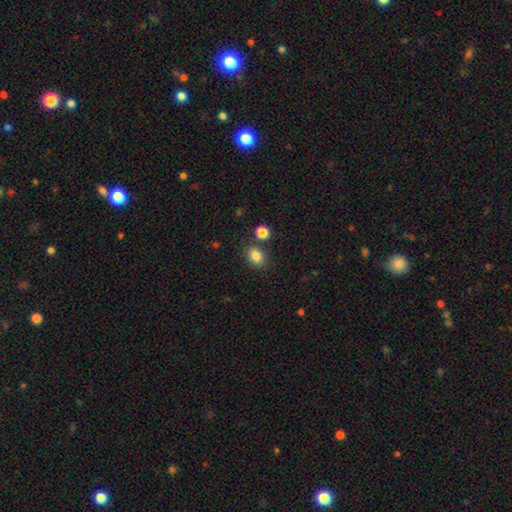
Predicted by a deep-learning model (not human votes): A smooth galaxy with no disk features (83%) that is in between round and cigar-shaped (51%). Merging: none (79%).